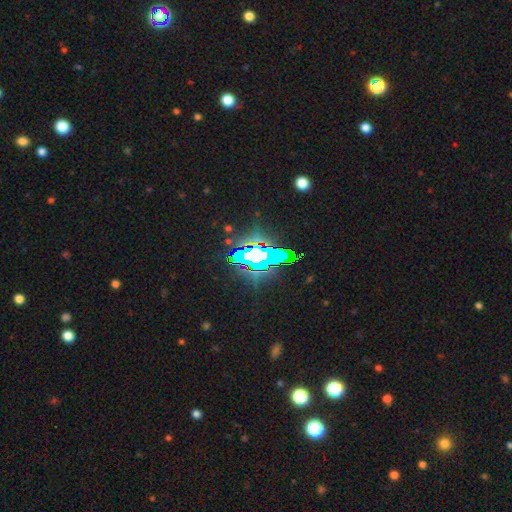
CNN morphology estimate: This appears to be a star or artifact, not a galaxy (65%).